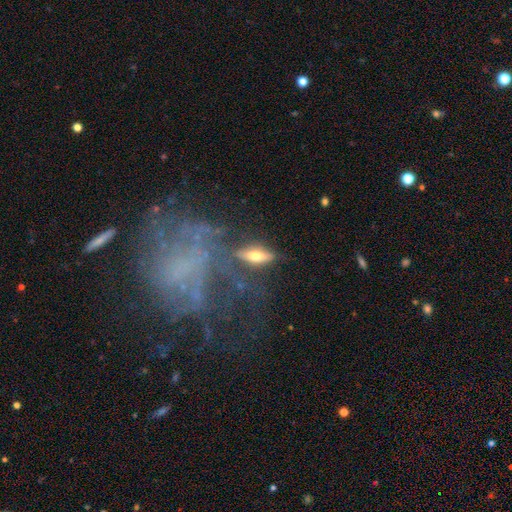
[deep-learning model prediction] This appears to be a smooth galaxy with no disk features (53%) that is in between round and cigar-shaped (56%). Merging: none (66%).